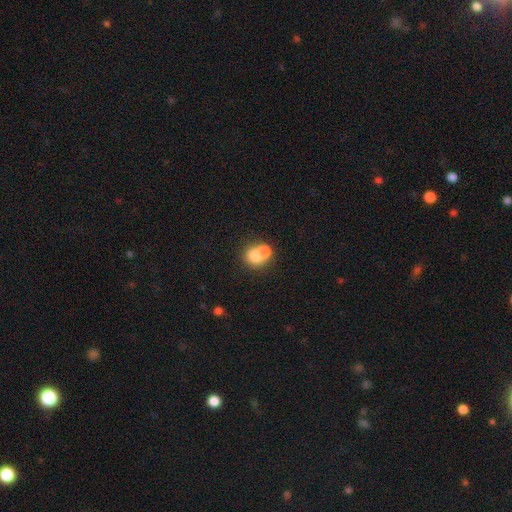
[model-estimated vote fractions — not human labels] Smooth or featured: smooth — 72% (featured or disk — 18%)
How rounded: round — 76% (in between — 23%)
Merging: merger — 61% (none — 30%)